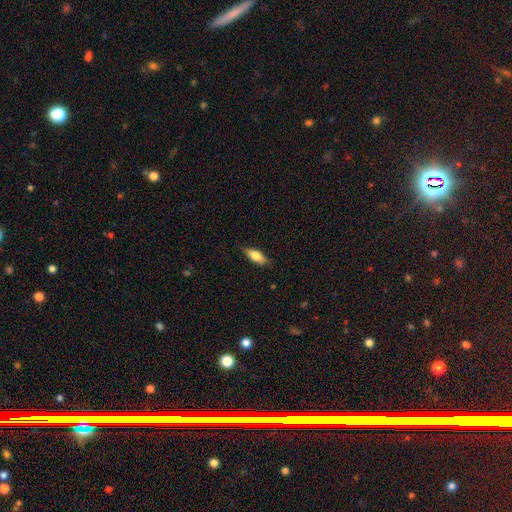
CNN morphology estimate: type=smooth (64%); roundness=in between (63%); merging=none (82%).